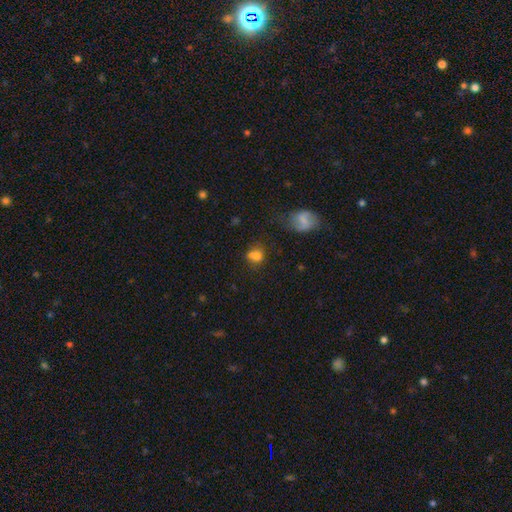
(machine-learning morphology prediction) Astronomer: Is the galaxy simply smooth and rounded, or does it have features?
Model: smooth — 72%.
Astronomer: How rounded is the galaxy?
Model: round — 62%.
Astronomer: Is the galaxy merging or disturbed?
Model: none — 50% (runner-up: merger, 29%).